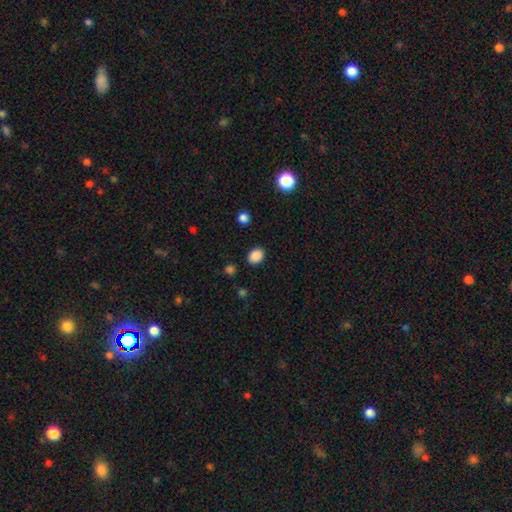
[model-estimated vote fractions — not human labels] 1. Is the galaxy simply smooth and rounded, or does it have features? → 87% smooth, 10% star or artifact, 3% featured or disk.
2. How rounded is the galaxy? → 58% in between, 41% round, 1% cigar-shaped.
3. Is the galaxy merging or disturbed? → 87% none, 9% minor disturbance, 3% major disturbance, 2% merger.